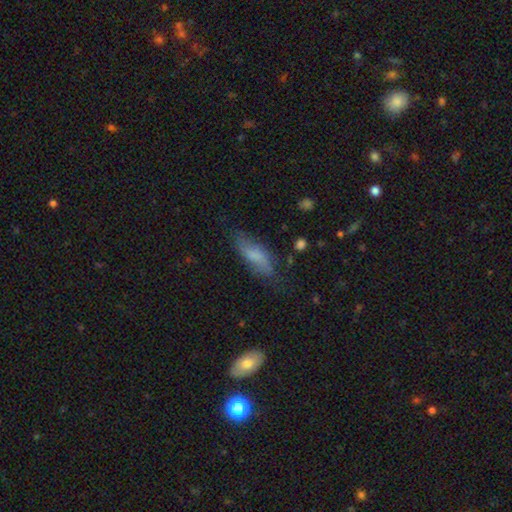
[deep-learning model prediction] smooth-or-featured: smooth: 67% | featured or disk: 25% | star or artifact: 8%
  how-rounded: in between: 63% | cigar-shaped: 35% | round: 3%
  merging: none: 63% | minor disturbance: 25% | major disturbance: 9% | merger: 2%